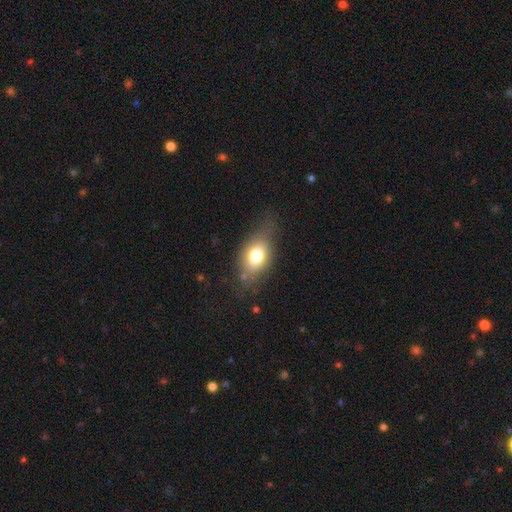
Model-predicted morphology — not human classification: Smooth or featured: smooth — 71% (featured or disk — 19%)
How rounded: in between — 77% (round — 19%)
Merging: none — 64% (minor disturbance — 24%)